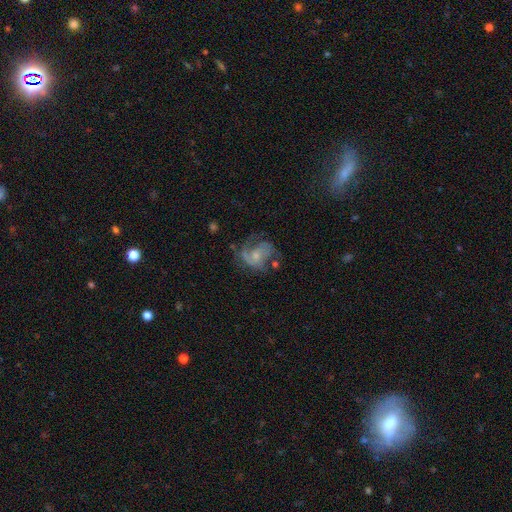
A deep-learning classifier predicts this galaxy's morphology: Overall: featured or disk (73%). Edge-on disk: no (98%). Bar: no (67%; weak 28%). Spiral arms: yes (85%). Spiral arm count: 2 (44%; 1 26%). Spiral winding: medium (46%; loose 29%). Bulge size: small (53%; moderate 34%). Merging: none (45%; major disturbance 29%).